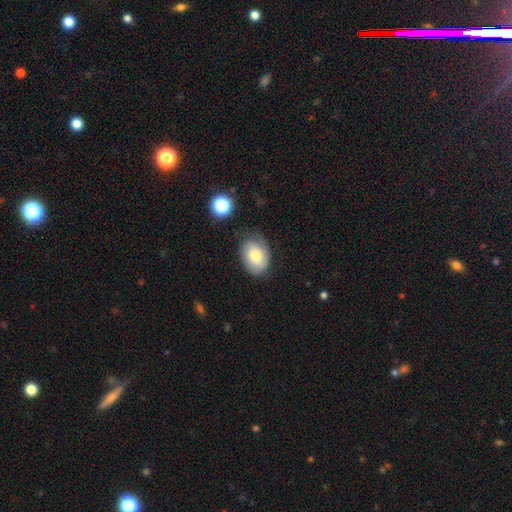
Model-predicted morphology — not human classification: smooth 65%, featured or disk 27%, star or artifact 8%. Down the decision tree: how rounded — in between (72%); merging — none (68%).